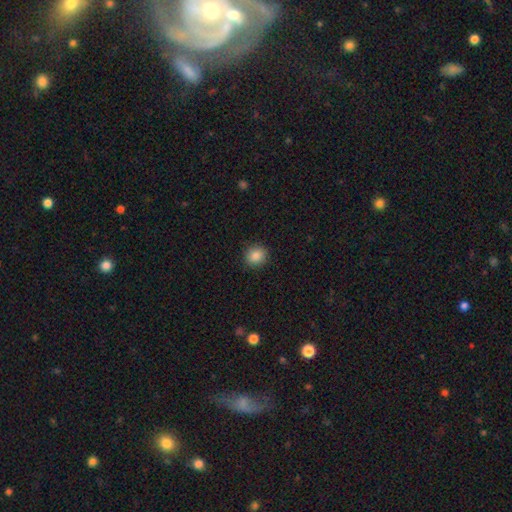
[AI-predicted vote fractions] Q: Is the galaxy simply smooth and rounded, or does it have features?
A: smooth — 86%.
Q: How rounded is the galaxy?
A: round — 85%.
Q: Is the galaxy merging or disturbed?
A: none — 90%.